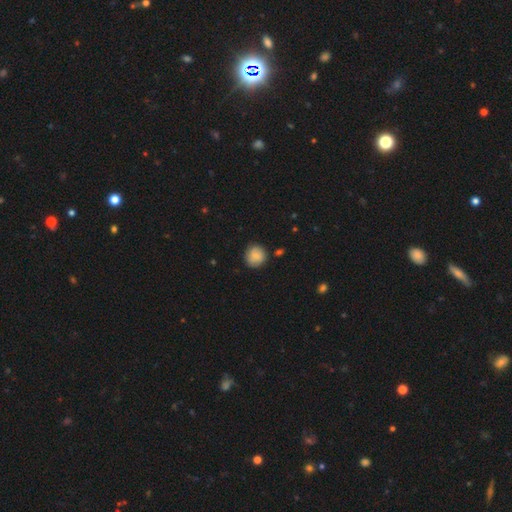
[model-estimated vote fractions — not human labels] This appears to be a smooth galaxy with no disk features (83%) that is round (89%). Merging: none (83%).